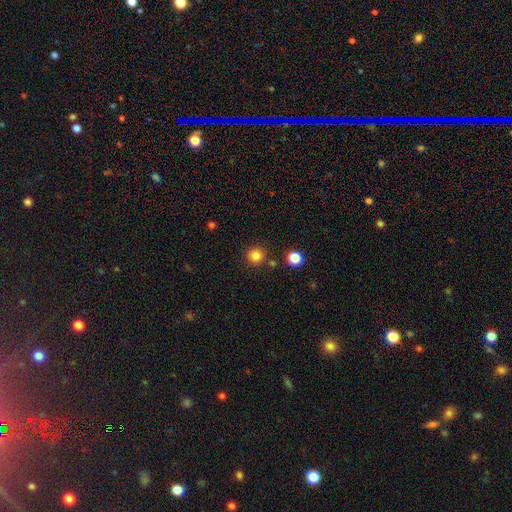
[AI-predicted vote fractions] Smooth or featured: smooth — 83% (star or artifact — 13%)
How rounded: round — 94% (in between — 5%)
Merging: none — 86% (minor disturbance — 7%)